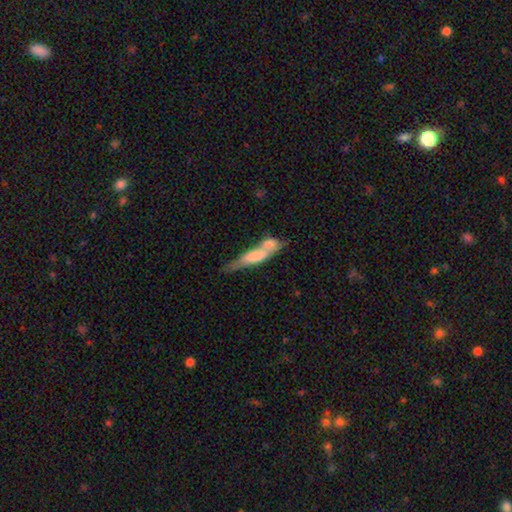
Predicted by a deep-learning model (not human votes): Q: Smooth or featured?
A: smooth (60%); runner-up: featured or disk (34%)
Q: How rounded?
A: cigar-shaped (67%); runner-up: in between (30%)
Q: Merging?
A: merger (59%); runner-up: none (23%)